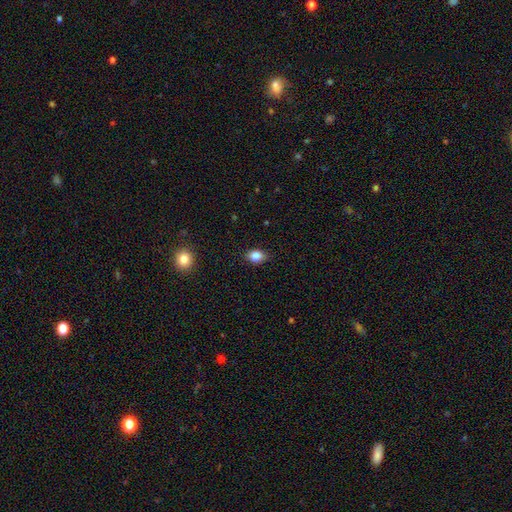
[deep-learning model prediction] Q: Smooth or featured?
A: smooth (84%); runner-up: star or artifact (10%)
Q: How rounded?
A: in between (68%); runner-up: round (30%)
Q: Merging?
A: none (83%); runner-up: minor disturbance (13%)